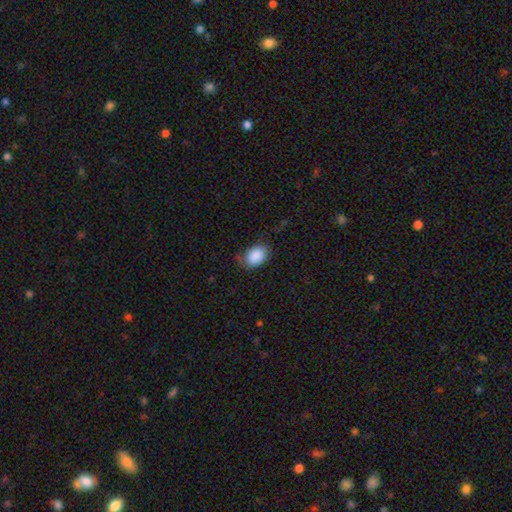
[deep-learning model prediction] A smooth galaxy with no disk features (86%) that is in between round and cigar-shaped (74%).

Vote fractions:
- Smooth or featured? smooth: 86% / star or artifact: 7% / featured or disk: 7%
- How rounded? in between: 74% / round: 25% / cigar-shaped: 1%
- Merging? none: 61% / minor disturbance: 27% / major disturbance: 11% / merger: 2%